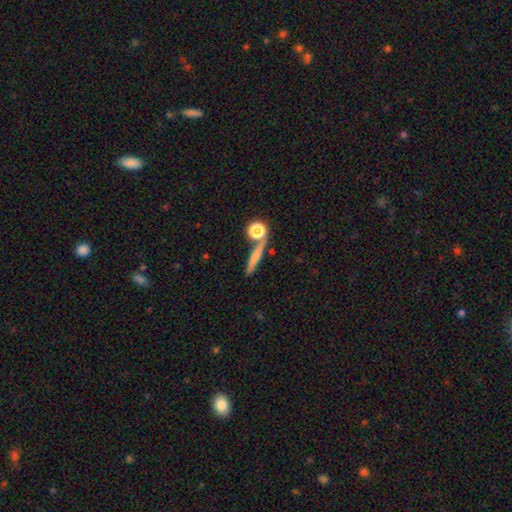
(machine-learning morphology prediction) smooth_or_featured: smooth (p=0.59) [alt: featured or disk p=0.29]
how_rounded: cigar-shaped (p=0.70) [alt: round p=0.17]
merging: none (p=0.69) [alt: merger p=0.15]